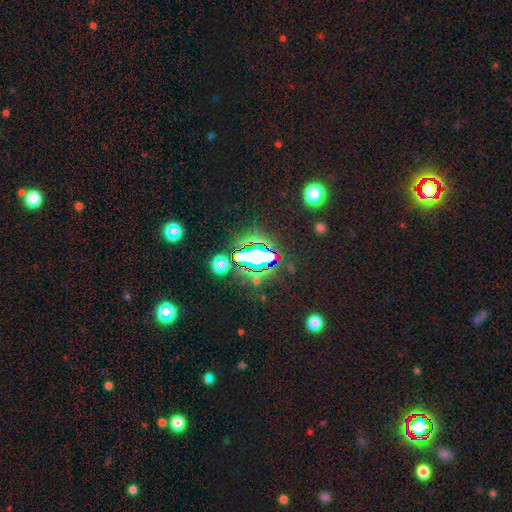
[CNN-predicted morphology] Smooth or featured?
  - star or artifact: 70% *
  - smooth: 18%
  - featured or disk: 12%